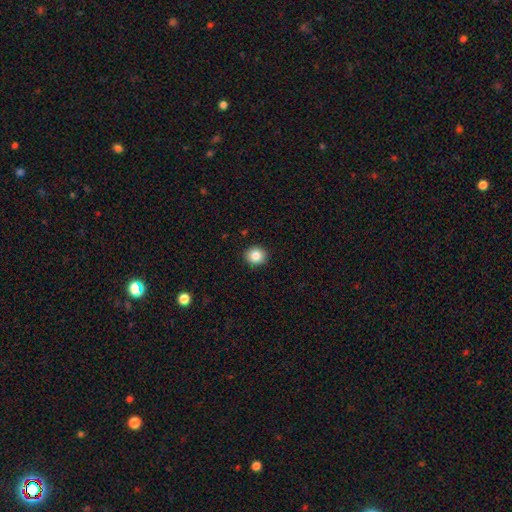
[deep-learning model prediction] This is clearly a smooth galaxy (86%). How rounded: clearly round (86%). Merging: clearly none (91%).